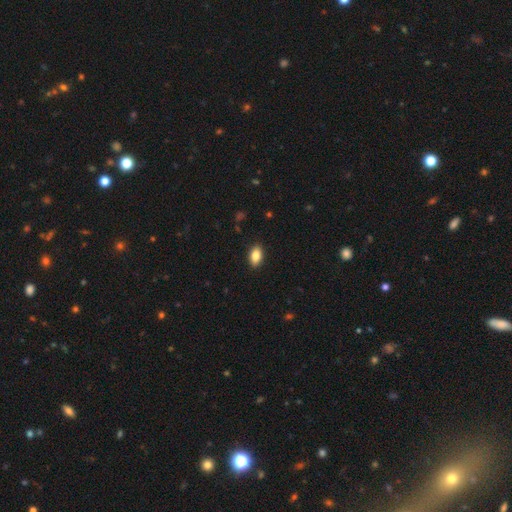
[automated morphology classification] A smooth galaxy with no disk features (85%) that is in between round and cigar-shaped (91%).

Vote fractions:
- Smooth or featured? smooth: 85% / star or artifact: 8% / featured or disk: 7%
- How rounded? in between: 91% / round: 6% / cigar-shaped: 3%
- Merging? none: 89% / minor disturbance: 8% / major disturbance: 2% / merger: 1%